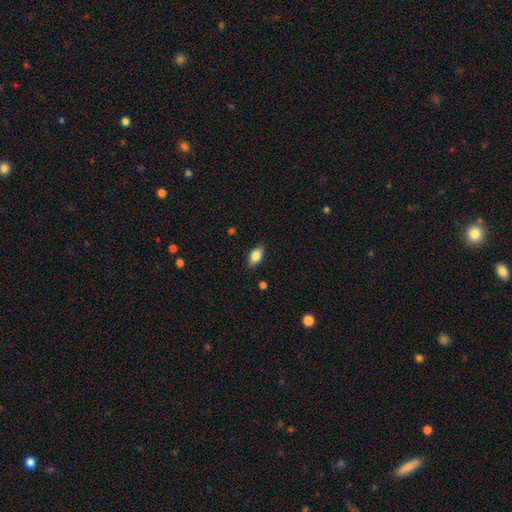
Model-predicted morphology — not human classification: A smooth galaxy with no disk features (85%) that is in between round and cigar-shaped (91%).

Vote fractions:
- Smooth or featured? smooth: 85% / featured or disk: 8% / star or artifact: 8%
- How rounded? in between: 91% / round: 5% / cigar-shaped: 4%
- Merging? none: 86% / minor disturbance: 11% / major disturbance: 2% / merger: 1%